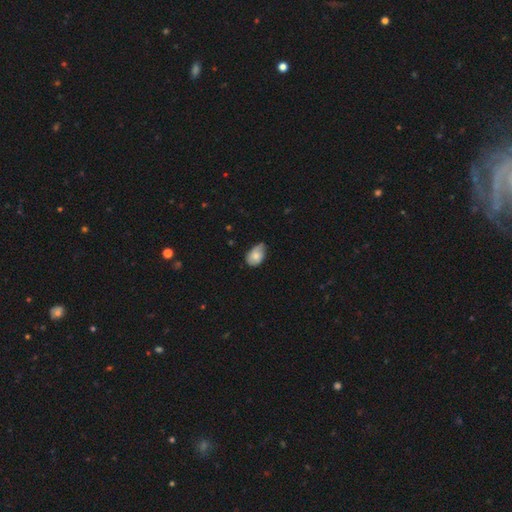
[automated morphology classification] This appears to be a smooth galaxy with no disk features (67%) that is in between round and cigar-shaped (84%). Merging: minor disturbance (46%).